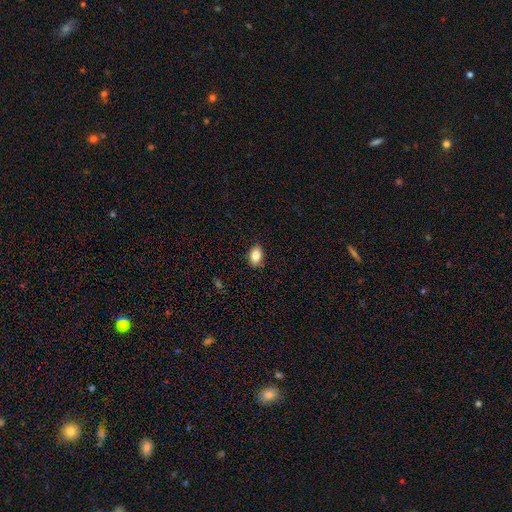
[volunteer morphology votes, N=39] Smooth or featured: smooth — 85% (featured or disk — 10%)
How rounded: in between — 91% (round — 9%)
Merging: none — 95% (major disturbance — 5%)